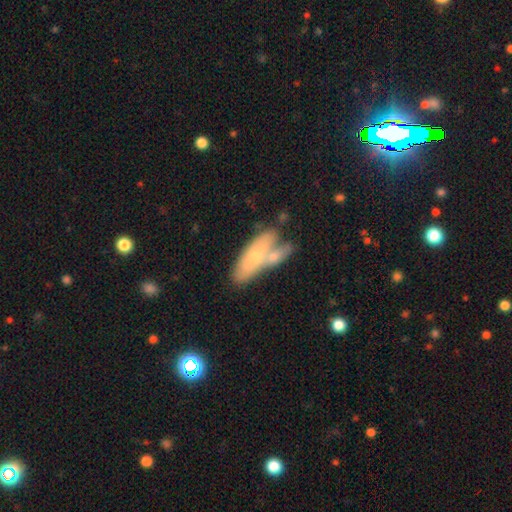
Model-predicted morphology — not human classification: smooth_or_featured: smooth (p=0.56) [alt: featured or disk p=0.37]
how_rounded: in between (p=0.65) [alt: cigar-shaped p=0.32]
merging: merger (p=0.41) [alt: none p=0.38]